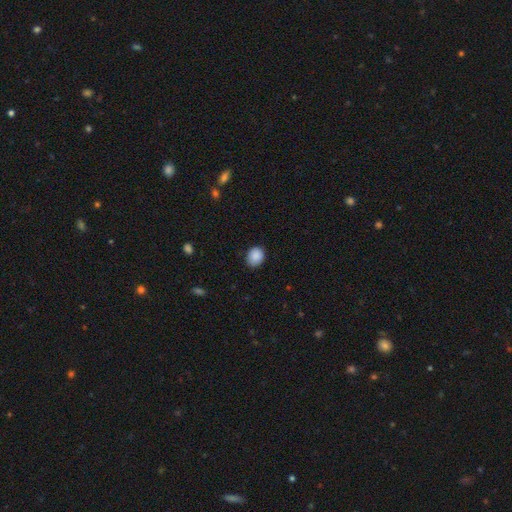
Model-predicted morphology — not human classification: smooth 89%, star or artifact 8%, featured or disk 3%. Down the decision tree: how rounded — round (54%); merging — none (83%).